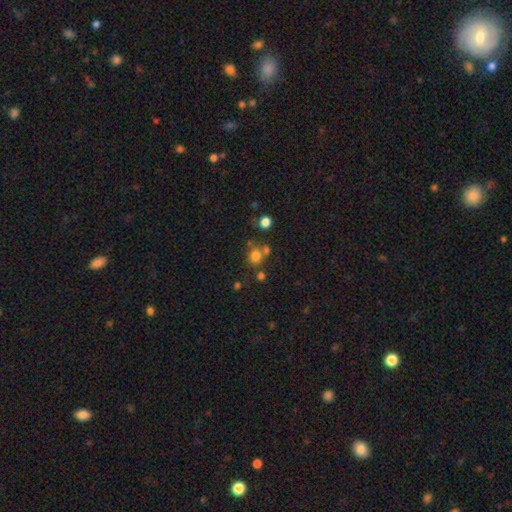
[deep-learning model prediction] Smooth or featured? smooth (75%)
How rounded? round (85%)
Merging? none (62%)